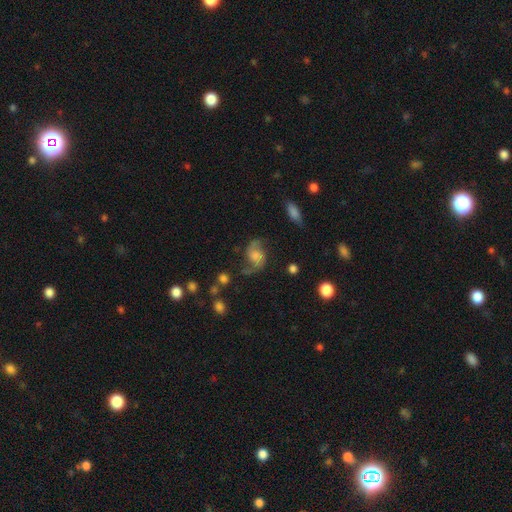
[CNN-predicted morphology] A featured or disk galaxy (79%) with no bar (62%), 2 (93%) loose (63%) spiral arms (95%) and a moderate central bulge (30%).

Vote fractions:
- Smooth or featured? featured or disk: 79% / smooth: 13% / star or artifact: 8%
- Edge-on disk? no: 98% / yes: 2%
- Bar? no: 62% / weak: 32% / strong: 6%
- Spiral arms? yes: 95% / no: 5%
- Spiral winding? loose: 63% / medium: 31% / tight: 6%
- Spiral arm count? 2: 93% / 1: 2% / can't tell: 2% / 3: 1% / 4: 1% / more than 4: 1%
- Bulge size? moderate: 30% / none: 25% / small: 22% / large: 20% / dominant: 3%
- Merging? none: 67% / minor disturbance: 19% / major disturbance: 11% / merger: 3%